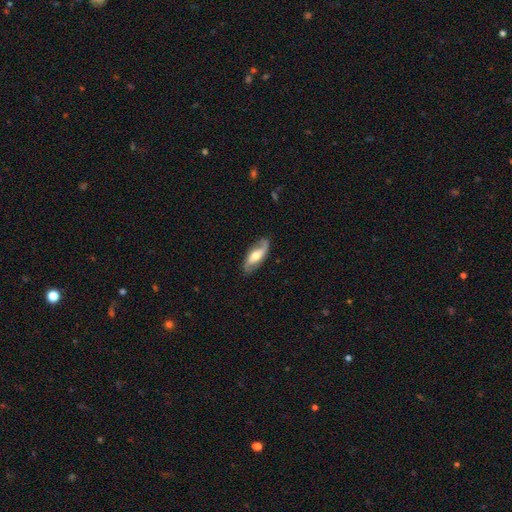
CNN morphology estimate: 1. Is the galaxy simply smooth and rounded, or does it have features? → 70% featured or disk, 25% smooth, 5% star or artifact.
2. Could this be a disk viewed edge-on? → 87% no, 13% yes.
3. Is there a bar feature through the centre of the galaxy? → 43% no, 35% weak, 22% strong.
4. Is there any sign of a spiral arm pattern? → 87% yes, 13% no.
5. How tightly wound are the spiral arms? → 47% loose, 36% medium, 17% tight.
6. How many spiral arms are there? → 85% 2, 6% 1, 6% can't tell, 1% 3, 1% 4, 1% more than 4.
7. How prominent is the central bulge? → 67% moderate, 16% small, 14% large, 1% none, 1% dominant.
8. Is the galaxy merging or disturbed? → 80% none, 14% minor disturbance, 4% major disturbance, 1% merger.